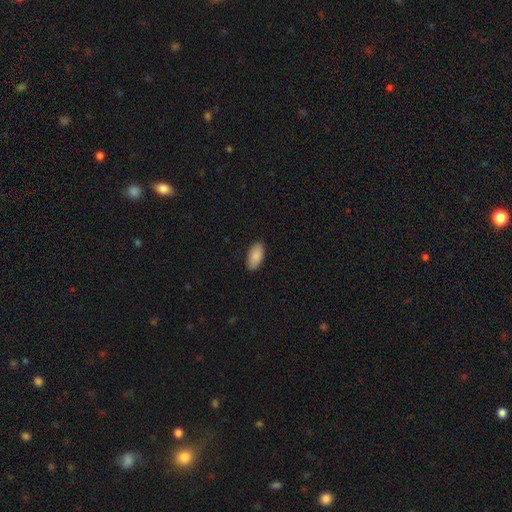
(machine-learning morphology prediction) A smooth galaxy with no disk features (89%) that is in between round and cigar-shaped (94%).

Vote fractions:
- Smooth or featured? smooth: 89% / star or artifact: 6% / featured or disk: 5%
- How rounded? in between: 94% / cigar-shaped: 4% / round: 2%
- Merging? none: 88% / minor disturbance: 9% / major disturbance: 2% / merger: 1%